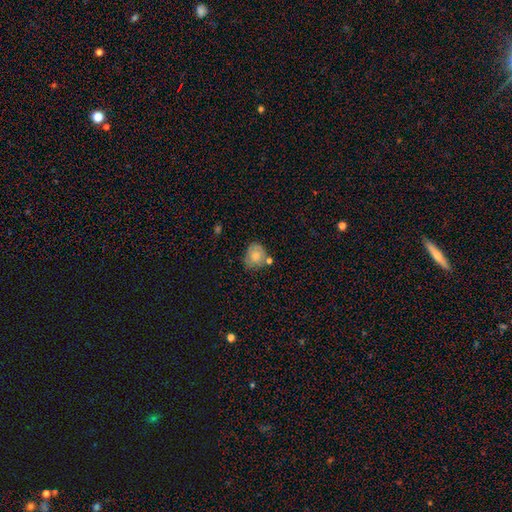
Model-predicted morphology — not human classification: Overall: smooth (71%). How rounded: round (72%). Merging: none (59%; minor disturbance 22%).